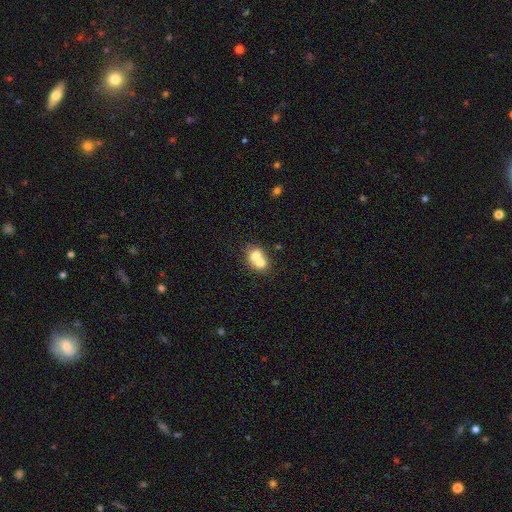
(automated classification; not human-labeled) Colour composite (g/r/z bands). It shows a smooth galaxy with no disk features (68%) that is round (63%). Merging: merger (69%).